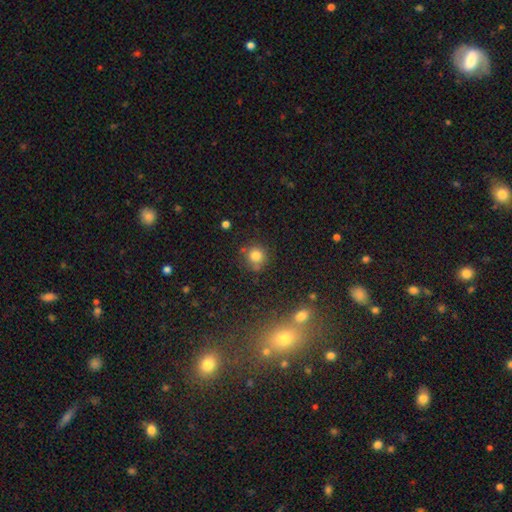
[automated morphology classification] Q: Smooth or featured?
A: smooth (78%); runner-up: star or artifact (14%)
Q: How rounded?
A: round (88%); runner-up: in between (11%)
Q: Merging?
A: none (71%); runner-up: minor disturbance (17%)